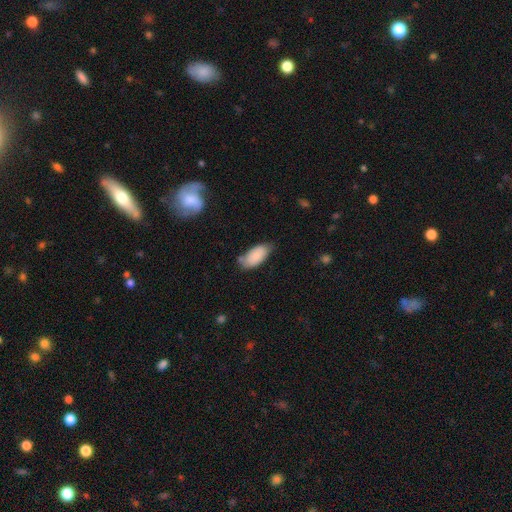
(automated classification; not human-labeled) smooth 84%, featured or disk 10%, star or artifact 6%. Down the decision tree: how rounded — in between (94%); merging — none (63%).